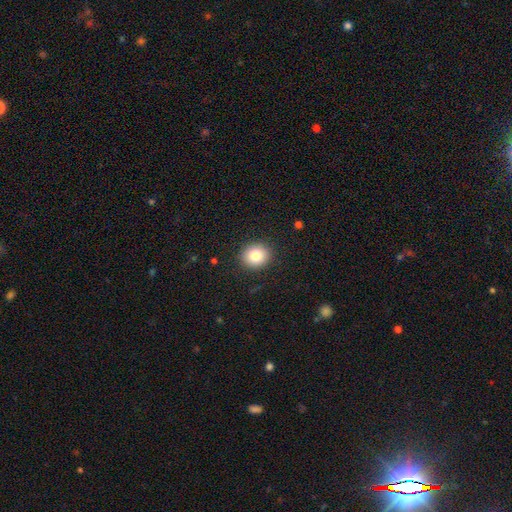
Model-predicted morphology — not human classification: type=smooth (82%); roundness=round (84%); merging=none (91%).